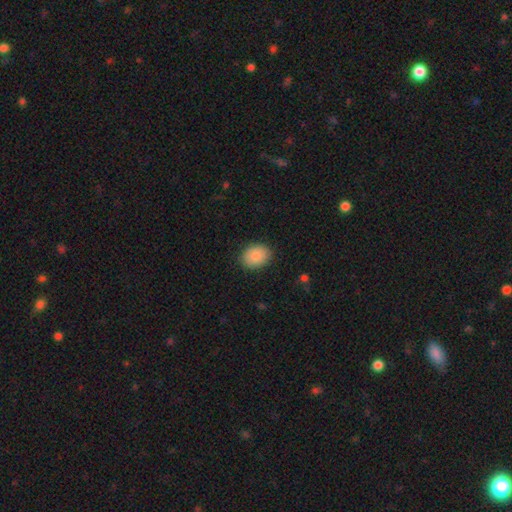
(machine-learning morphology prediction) This appears to be a smooth galaxy with no disk features (88%) that is in between round and cigar-shaped (63%). Merging: none (88%).